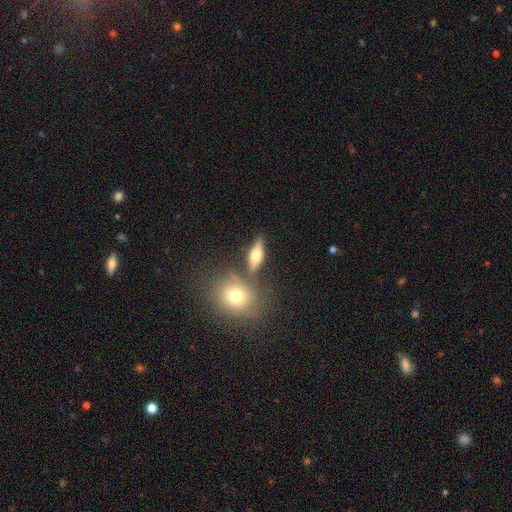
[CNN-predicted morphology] smooth_or_featured: smooth (p=0.54) [alt: featured or disk p=0.36]
how_rounded: in between (p=0.60) [alt: cigar-shaped p=0.27]
merging: none (p=0.73) [alt: minor disturbance p=0.12]